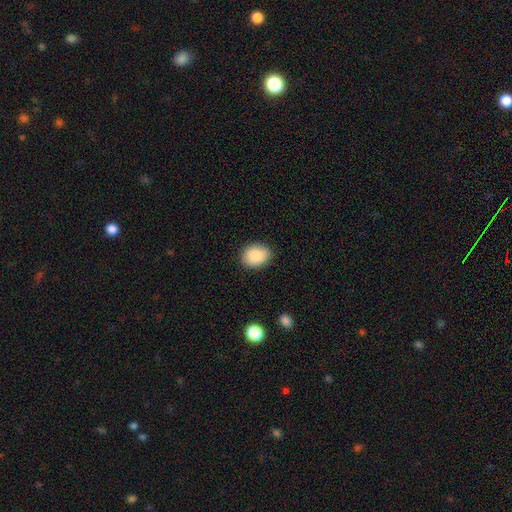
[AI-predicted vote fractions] A smooth galaxy with no disk features (88%) that is in between round and cigar-shaped (57%).

Vote fractions:
- Smooth or featured? smooth: 88% / star or artifact: 7% / featured or disk: 5%
- How rounded? in between: 57% / round: 43% / cigar-shaped: 1%
- Merging? none: 87% / minor disturbance: 10% / major disturbance: 2% / merger: 1%